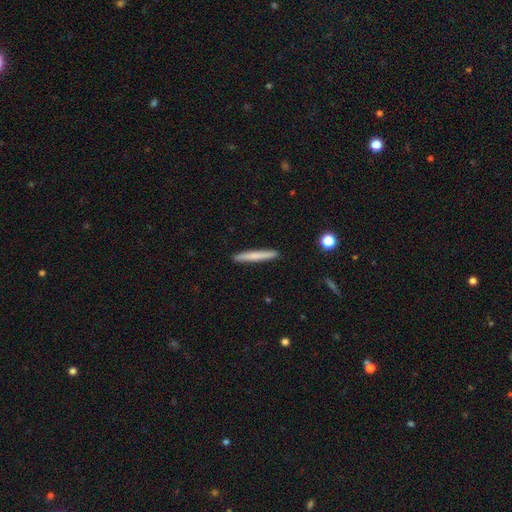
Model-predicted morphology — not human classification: A smooth galaxy with no disk features (65%) that is cigar-shaped (96%). Merging: none (92%).